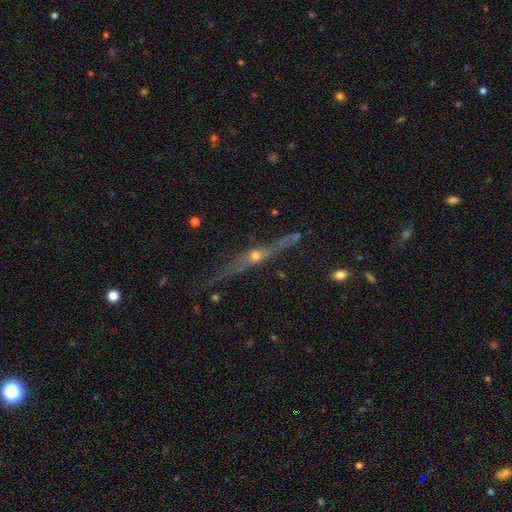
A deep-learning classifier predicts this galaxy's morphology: Overall: featured or disk (73%). Edge-on disk: yes (85%). Edge-on bulge: rounded (84%). Merging: none (61%; minor disturbance 21%).